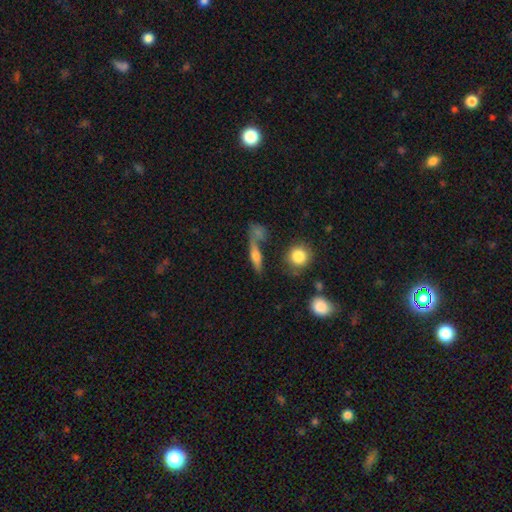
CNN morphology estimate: smooth 52%, featured or disk 38%, star or artifact 10%. Down the decision tree: how rounded — cigar-shaped (58%); merging — none (53%).